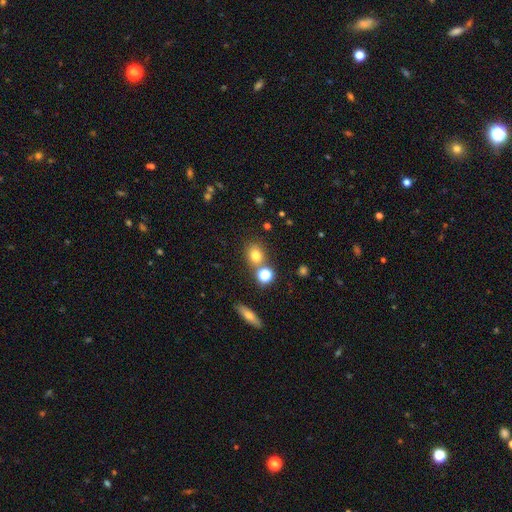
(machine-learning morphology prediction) Smooth or featured? Predicted: smooth (p=0.74). How rounded? Predicted: round (p=0.63). Merging? Predicted: none (p=0.70).